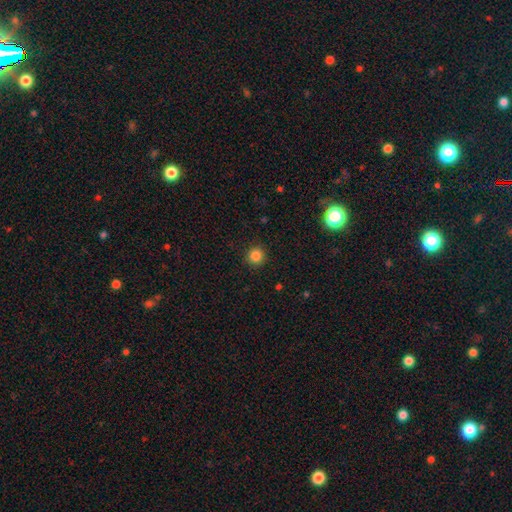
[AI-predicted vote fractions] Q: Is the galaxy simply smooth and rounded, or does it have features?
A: smooth — 84%.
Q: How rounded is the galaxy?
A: round — 94%.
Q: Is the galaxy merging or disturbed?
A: none — 91%.